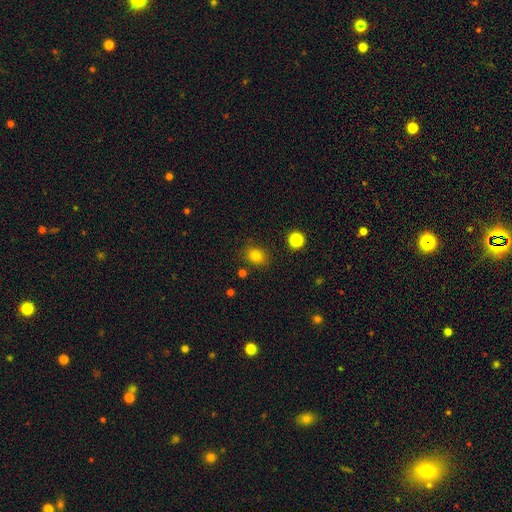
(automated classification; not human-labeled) smooth-or-featured: smooth: 80% | star or artifact: 14% | featured or disk: 7%
  how-rounded: in between: 51% | round: 48% | cigar-shaped: 1%
  merging: none: 81% | minor disturbance: 12% | major disturbance: 4% | merger: 3%